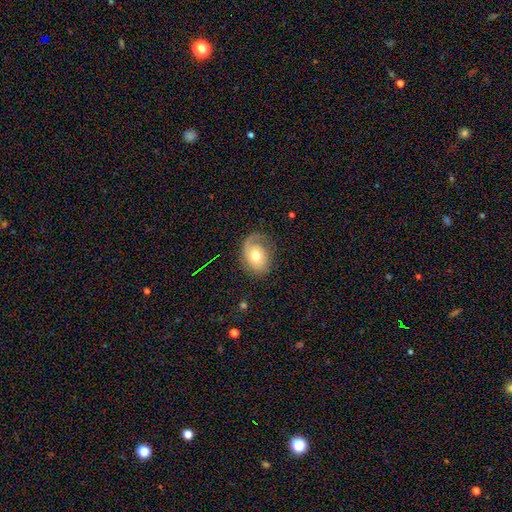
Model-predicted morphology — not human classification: This is possibly a featured or disk galaxy (51%). It is clearly not viewed edge-on (96%). Merging: likely none (65%).